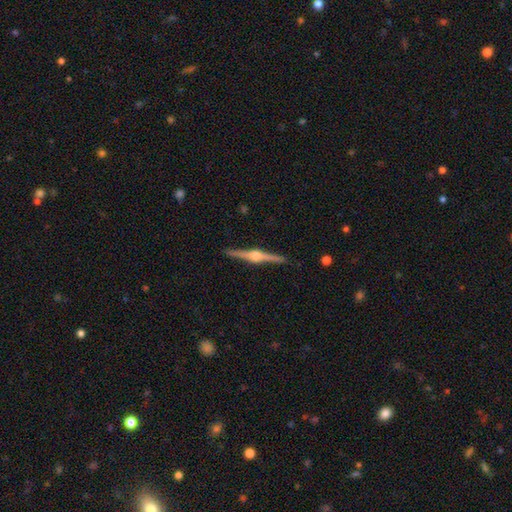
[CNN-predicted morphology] Smooth or featured?
  - featured or disk: 88% *
  - smooth: 8%
  - star or artifact: 5%
Edge-on disk?
  - yes: 99% *
  - no: 1%
Edge-on bulge?
  - rounded: 92% *
  - boxy: 6%
  - none: 2%
Merging?
  - none: 92% *
  - minor disturbance: 5%
  - major disturbance: 1%
  - merger: 1%